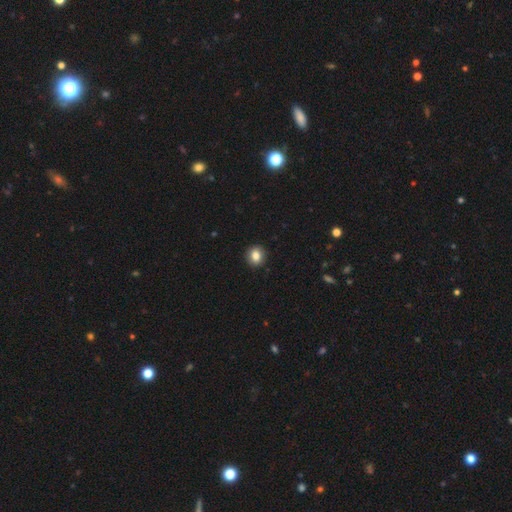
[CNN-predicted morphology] A smooth galaxy with no disk features (84%) that is round (73%). Merging: none (91%).